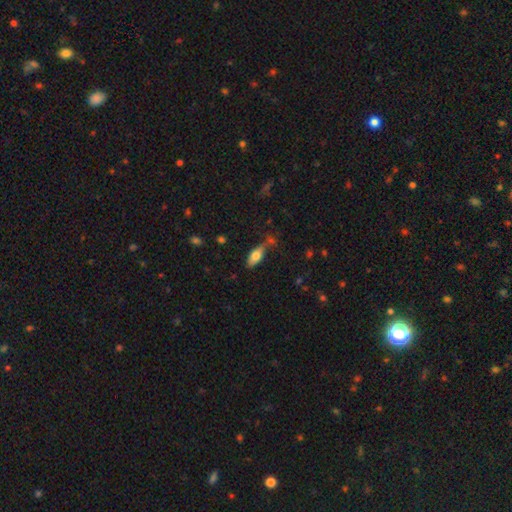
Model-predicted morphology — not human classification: Smooth or featured?
  - smooth: 73% *
  - featured or disk: 20%
  - star or artifact: 7%
How rounded?
  - in between: 79% *
  - cigar-shaped: 19%
  - round: 3%
Merging?
  - none: 59% *
  - minor disturbance: 24%
  - merger: 10%
  - major disturbance: 7%